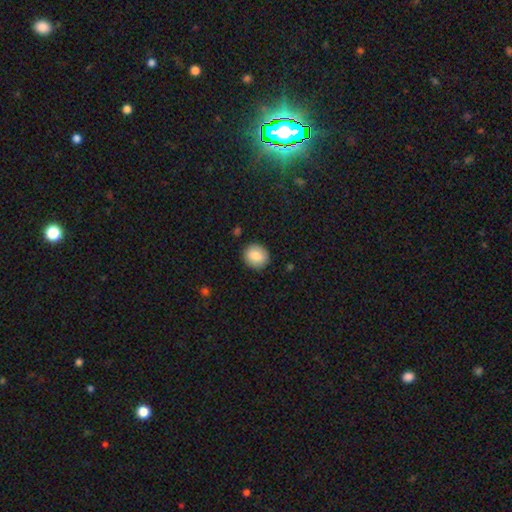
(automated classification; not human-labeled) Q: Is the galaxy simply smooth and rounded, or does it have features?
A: smooth — 85%.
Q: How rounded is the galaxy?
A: round — 81%.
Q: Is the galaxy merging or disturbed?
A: none — 89%.